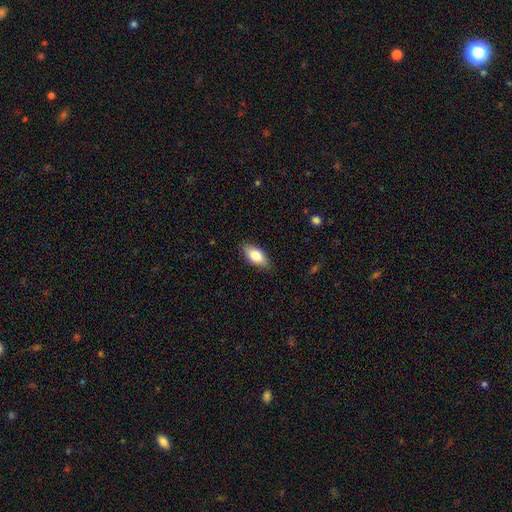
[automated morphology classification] smooth 77%, featured or disk 16%, star or artifact 7%. Down the decision tree: how rounded — in between (85%); merging — none (85%).